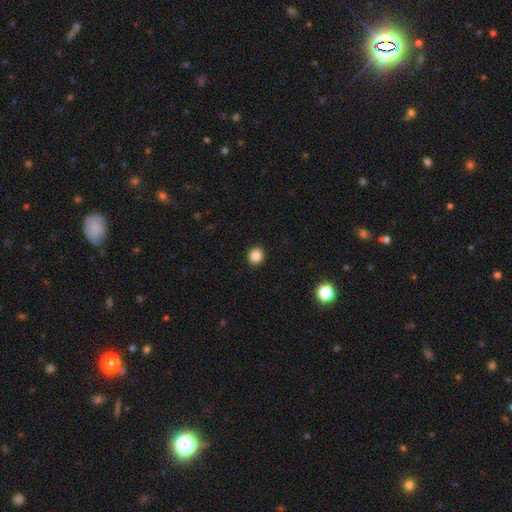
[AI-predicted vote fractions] This appears to be a smooth galaxy with no disk features (85%) that is round (85%). Merging: none (93%).